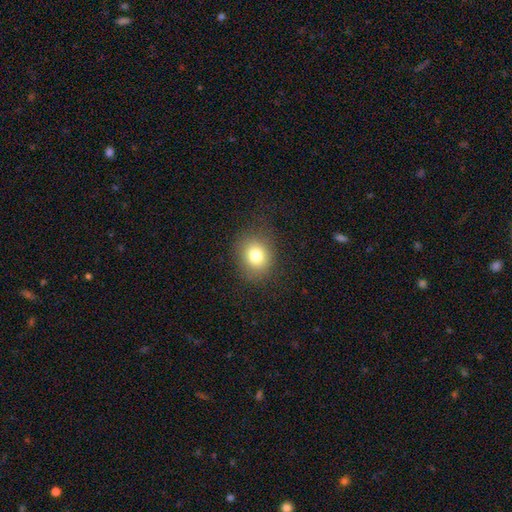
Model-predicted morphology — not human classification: smooth 78%, star or artifact 13%, featured or disk 10%. Down the decision tree: how rounded — round (69%); merging — none (83%).